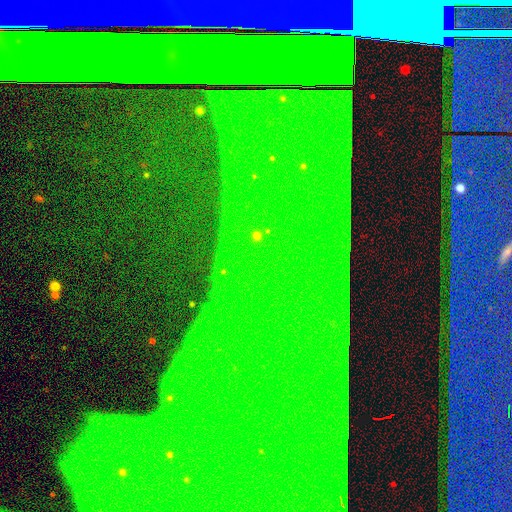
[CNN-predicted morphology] Smooth or featured? star or artifact (87%)